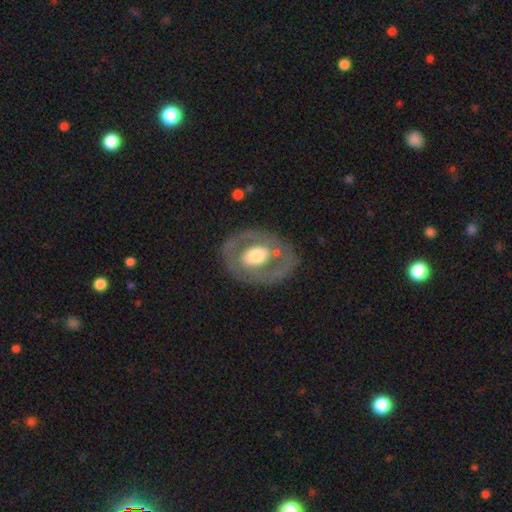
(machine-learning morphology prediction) featured or disk 62%, smooth 33%, star or artifact 5%. Down the decision tree: edge-on disk — no (94%); bar — no (68%); spiral arms — no (76%); bulge size — moderate (50%); merging — none (75%).